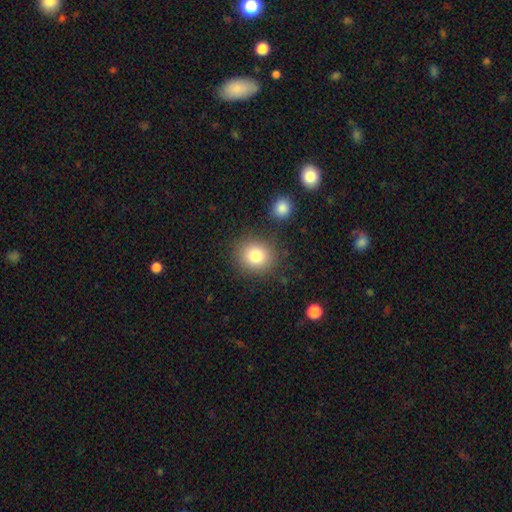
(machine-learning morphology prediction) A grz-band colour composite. It shows a smooth galaxy with no disk features (81%) that is round (80%). Merging: none (82%).